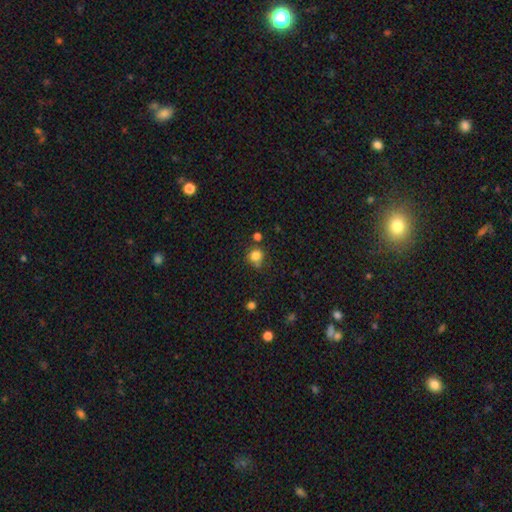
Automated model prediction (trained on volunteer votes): Q: Smooth or featured?
A: smooth (81%); runner-up: star or artifact (13%)
Q: How rounded?
A: round (88%); runner-up: in between (11%)
Q: Merging?
A: none (70%); runner-up: minor disturbance (15%)